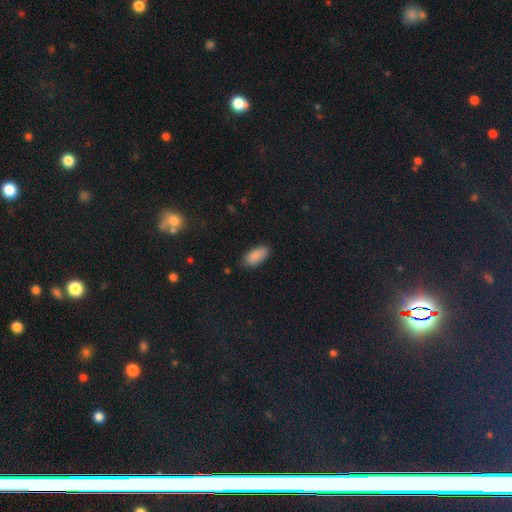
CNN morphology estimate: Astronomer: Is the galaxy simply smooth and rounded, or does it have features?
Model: smooth — 88%.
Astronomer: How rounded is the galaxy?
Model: in between — 92%.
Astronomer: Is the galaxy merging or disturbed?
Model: none — 81%.